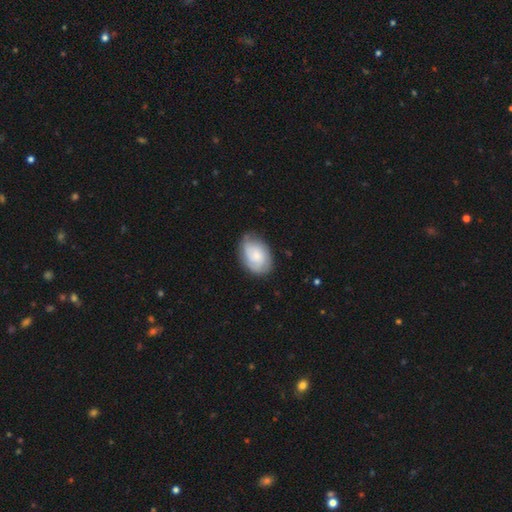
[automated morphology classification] smooth-or-featured: smooth: 67% | featured or disk: 27% | star or artifact: 6%
  how-rounded: in between: 85% | round: 14% | cigar-shaped: 1%
  merging: none: 67% | minor disturbance: 26% | major disturbance: 6% | merger: 2%